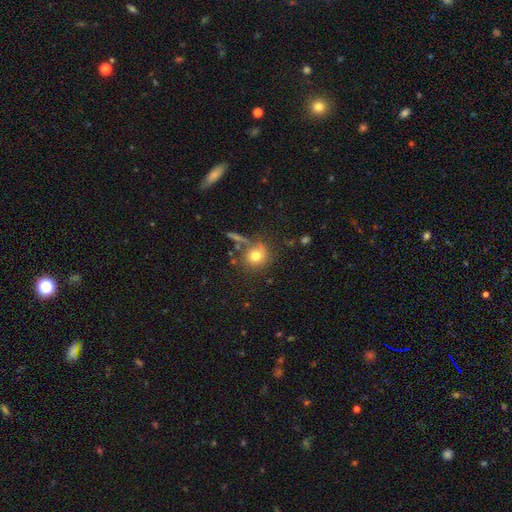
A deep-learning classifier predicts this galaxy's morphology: This is likely a smooth galaxy (75%). How rounded: clearly round (89%). Merging: likely none (67%).